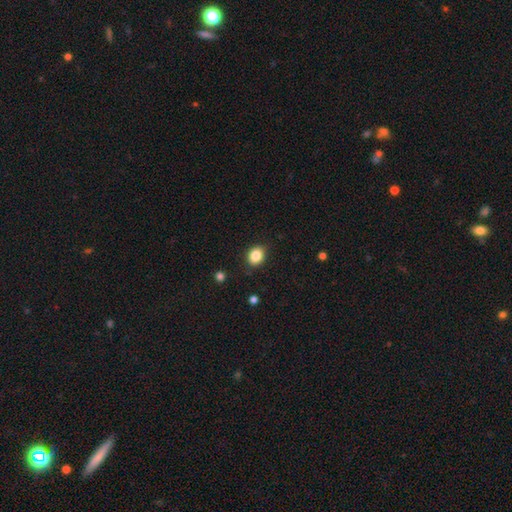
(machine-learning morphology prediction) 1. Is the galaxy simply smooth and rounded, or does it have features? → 85% smooth, 9% star or artifact, 5% featured or disk.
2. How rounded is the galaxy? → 51% round, 48% in between, 1% cigar-shaped.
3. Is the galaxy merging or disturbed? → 86% none, 10% minor disturbance, 2% major disturbance, 1% merger.